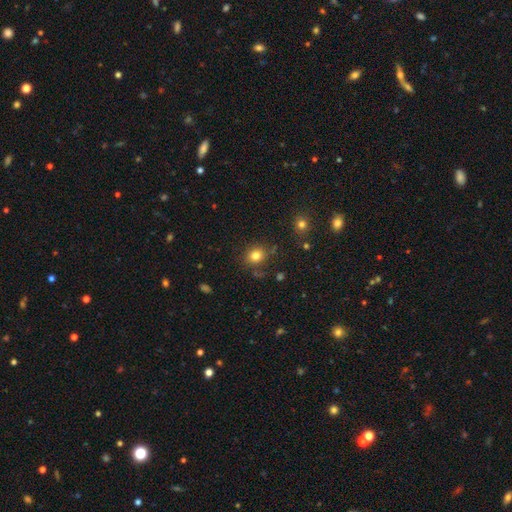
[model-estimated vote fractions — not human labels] Morphology: type=smooth (80%); roundness=round (74%); merging=none (80%).